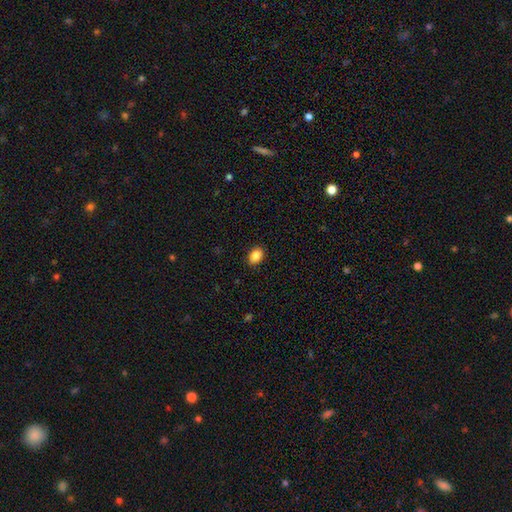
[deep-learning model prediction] smooth-or-featured: smooth: 88% | star or artifact: 8% | featured or disk: 4%
  how-rounded: in between: 74% | round: 25% | cigar-shaped: 1%
  merging: none: 90% | minor disturbance: 8% | major disturbance: 2% | merger: 1%